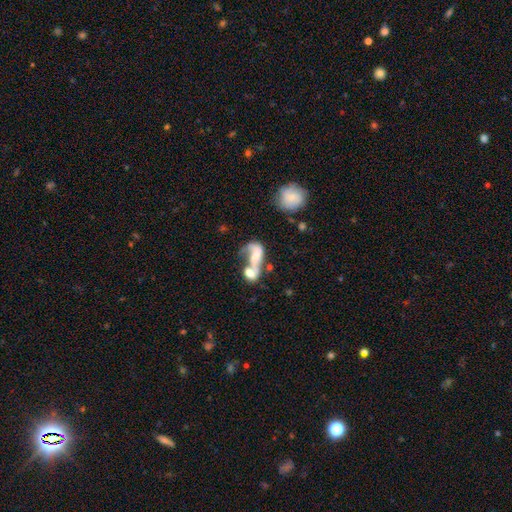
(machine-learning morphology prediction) A featured or disk galaxy (49%). Merging: merger (63%).